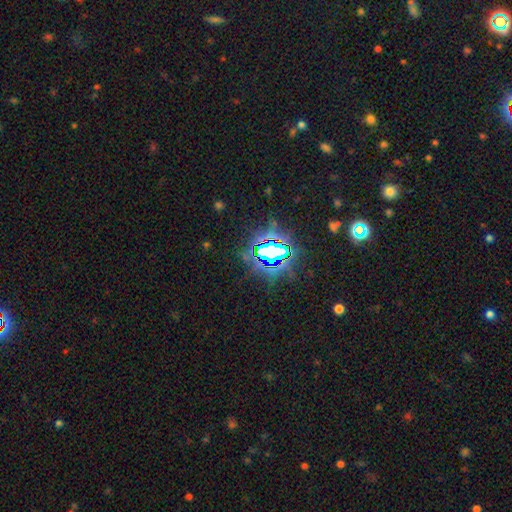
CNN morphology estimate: Q: Smooth or featured?
A: star or artifact (83%); runner-up: smooth (10%)